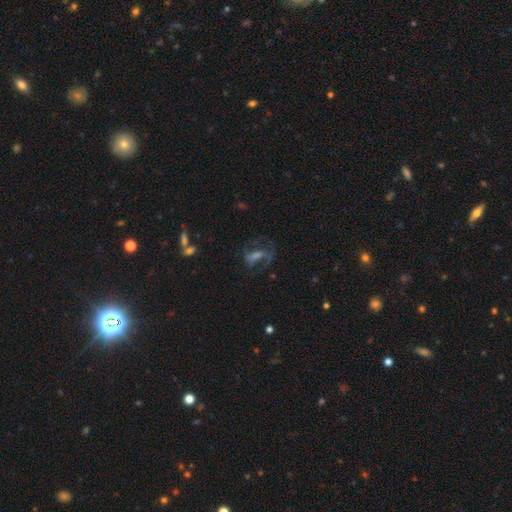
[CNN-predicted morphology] smooth_or_featured: featured or disk (p=0.61) [alt: star or artifact p=0.20]
disk_edge_on: no (p=0.91) [alt: yes p=0.09]
bar: weak (p=0.39) [alt: strong p=0.32]
has_spiral_arms: yes (p=0.74) [alt: no p=0.26]
bulge_size: small (p=0.31) [tied with: moderate p=0.31]
merging: none (p=0.54) [alt: major disturbance p=0.26]